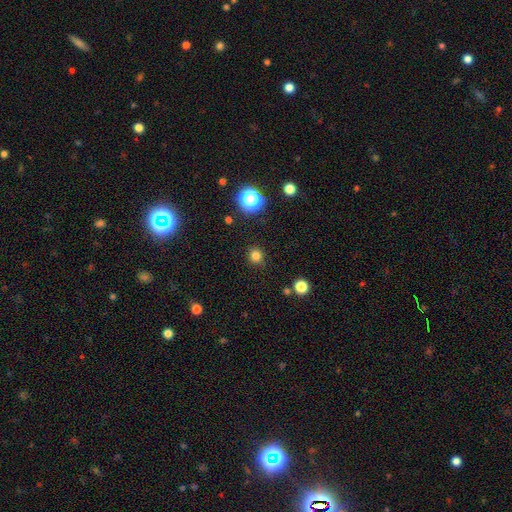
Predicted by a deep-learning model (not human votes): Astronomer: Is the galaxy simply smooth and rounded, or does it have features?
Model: smooth — 81%.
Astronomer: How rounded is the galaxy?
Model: round — 93%.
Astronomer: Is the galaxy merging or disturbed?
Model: none — 90%.